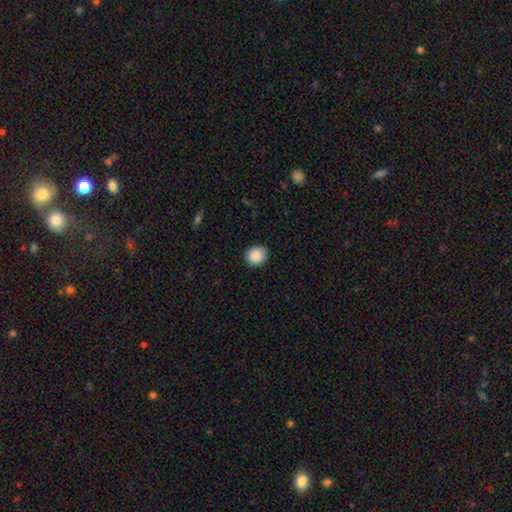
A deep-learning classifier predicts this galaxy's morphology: smooth-or-featured: smooth: 89% | star or artifact: 8% | featured or disk: 3%
  how-rounded: round: 81% | in between: 18% | cigar-shaped: 1%
  merging: none: 88% | minor disturbance: 9% | major disturbance: 2% | merger: 1%